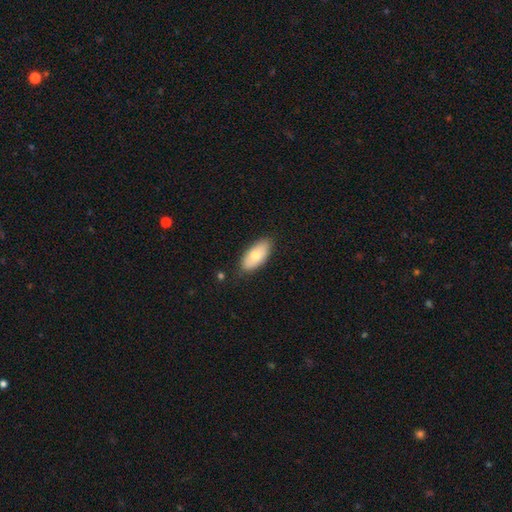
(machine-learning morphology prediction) smooth_or_featured: smooth (p=0.71) [alt: featured or disk p=0.23]
how_rounded: in between (p=0.90) [alt: cigar-shaped p=0.07]
merging: none (p=0.83) [alt: minor disturbance p=0.13]